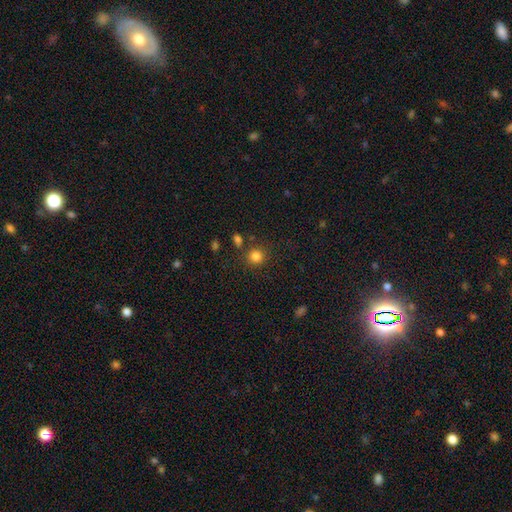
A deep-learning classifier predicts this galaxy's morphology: Overall: smooth (83%). How rounded: round (89%). Merging: none (81%).